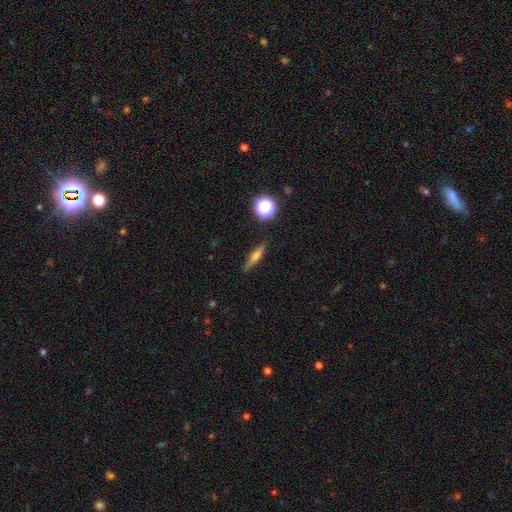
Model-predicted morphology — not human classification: Q: Smooth or featured?
A: smooth (48%); runner-up: featured or disk (41%)
Q: Merging?
A: none (85%); runner-up: minor disturbance (11%)